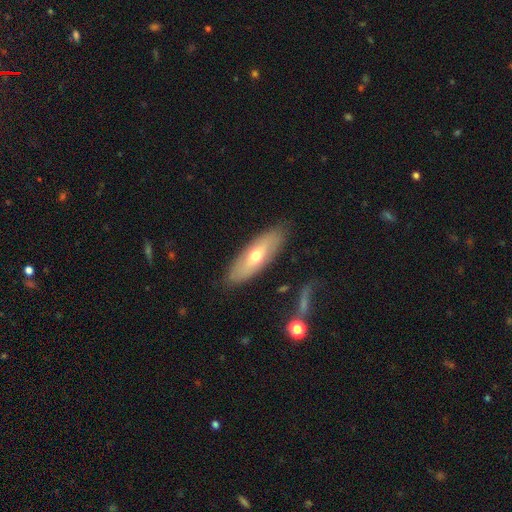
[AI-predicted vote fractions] Q: Smooth or featured?
A: smooth (50%); runner-up: featured or disk (44%)
Q: Merging?
A: none (84%); runner-up: minor disturbance (11%)